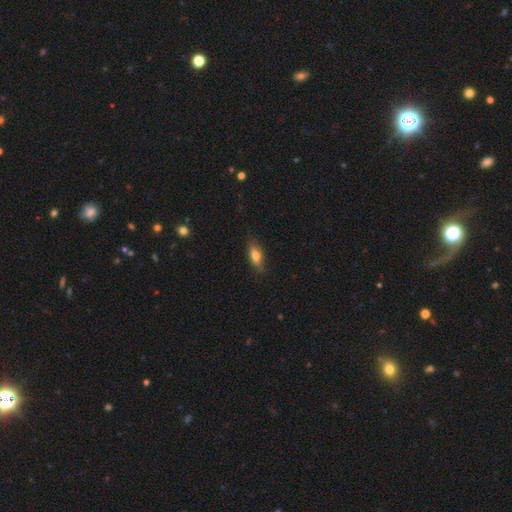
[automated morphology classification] A smooth galaxy with no disk features (73%) that is in between round and cigar-shaped (73%).

Vote fractions:
- Smooth or featured? smooth: 73% / featured or disk: 19% / star or artifact: 7%
- How rounded? in between: 73% / cigar-shaped: 23% / round: 4%
- Merging? none: 80% / minor disturbance: 16% / major disturbance: 3% / merger: 1%